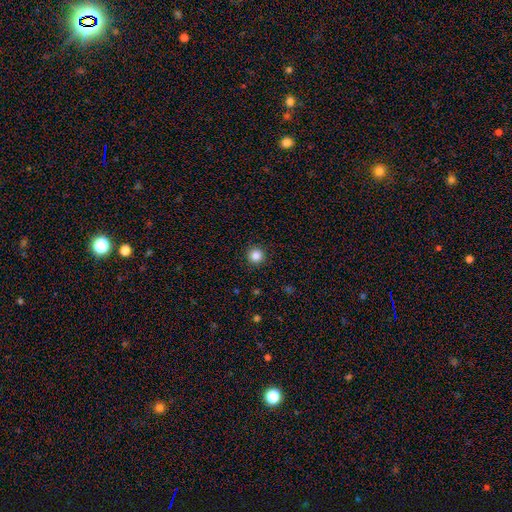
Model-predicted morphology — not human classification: The model was most divided on "smooth or featured": smooth: 85%, star or artifact: 11%, featured or disk: 4%. More confident: how rounded — round (95%); merging — none (92%).